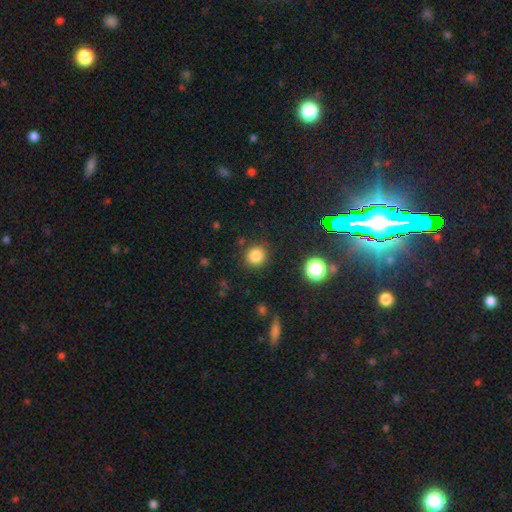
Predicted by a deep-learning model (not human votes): smooth 82%, star or artifact 13%, featured or disk 5%. Down the decision tree: how rounded — round (90%); merging — none (87%).